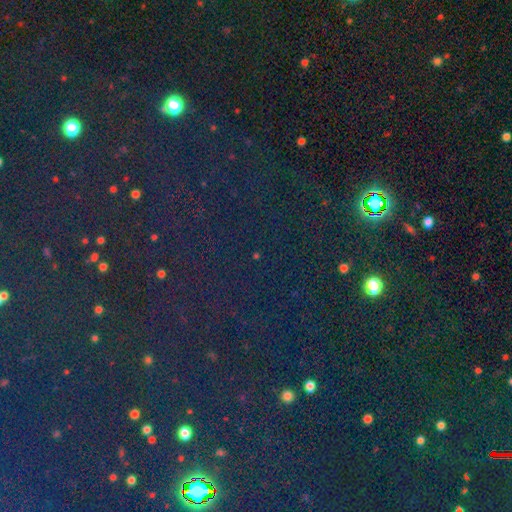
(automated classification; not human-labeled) Morphology: type=star or artifact (80%).